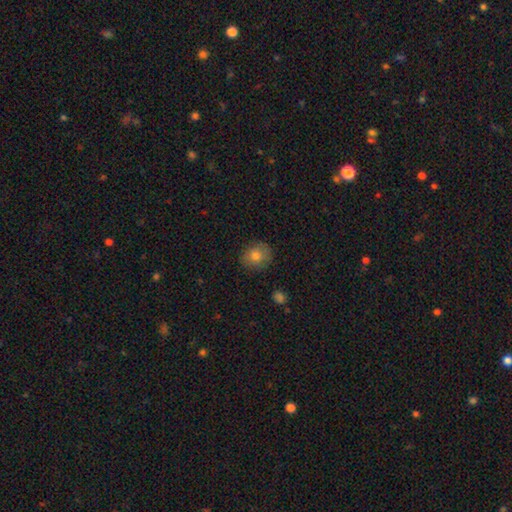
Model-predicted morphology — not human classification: smooth_or_featured: smooth (p=0.79) [alt: featured or disk p=0.12]
how_rounded: round (p=0.76) [alt: in between p=0.23]
merging: none (p=0.85) [alt: minor disturbance p=0.12]